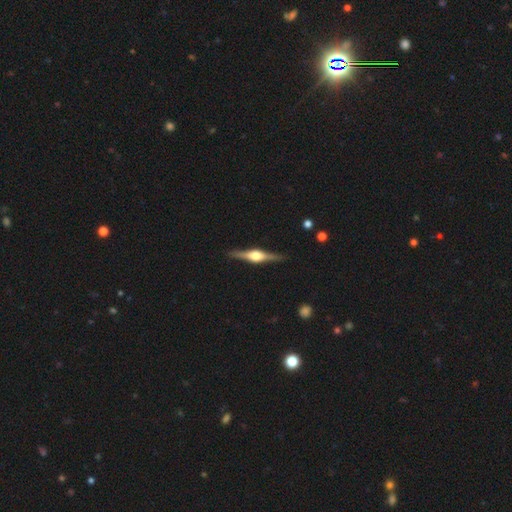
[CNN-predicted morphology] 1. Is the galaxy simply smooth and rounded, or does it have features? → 83% featured or disk, 13% smooth, 5% star or artifact.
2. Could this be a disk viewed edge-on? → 98% yes, 2% no.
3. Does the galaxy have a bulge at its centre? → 91% rounded, 8% boxy, 2% none.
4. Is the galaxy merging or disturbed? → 90% none, 7% minor disturbance, 2% major disturbance, 1% merger.